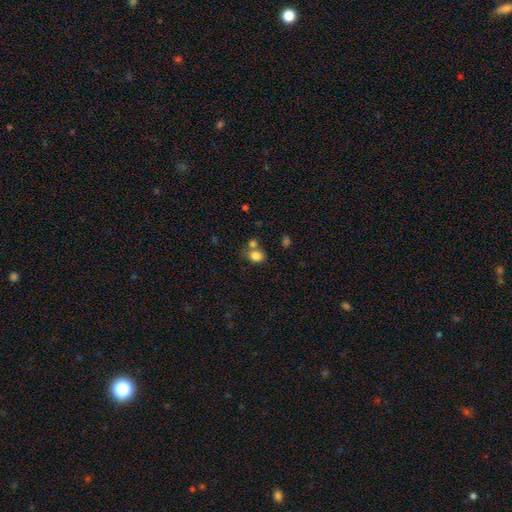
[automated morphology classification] Q: Smooth or featured?
A: smooth (81%); runner-up: star or artifact (10%)
Q: How rounded?
A: in between (59%); runner-up: round (40%)
Q: Merging?
A: none (49%); runner-up: merger (31%)